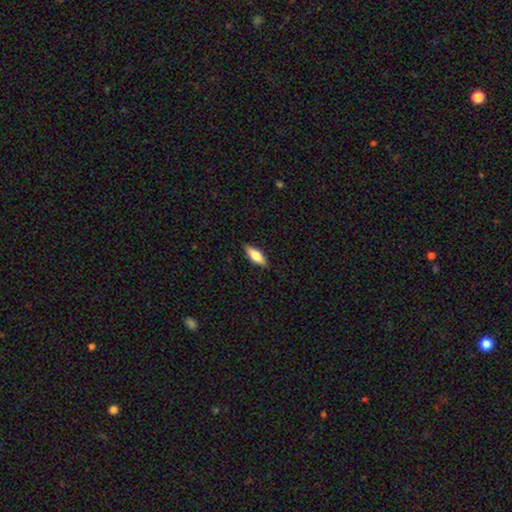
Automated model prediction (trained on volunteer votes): Smooth or featured? smooth (68%)
How rounded? in between (68%)
Merging? none (87%)